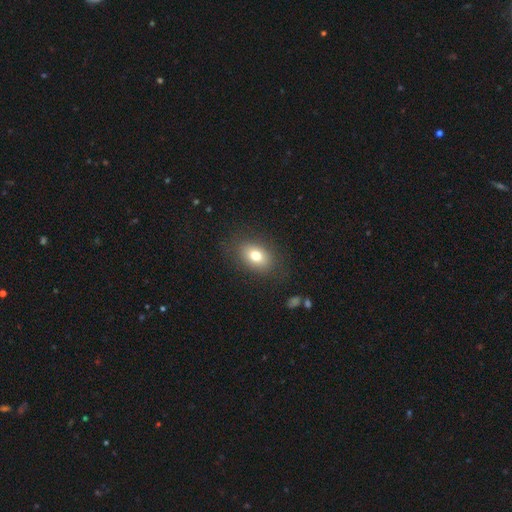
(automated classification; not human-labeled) smooth_or_featured: smooth (p=0.77) [alt: featured or disk p=0.13]
how_rounded: in between (p=0.78) [alt: round p=0.21]
merging: none (p=0.83) [alt: minor disturbance p=0.11]